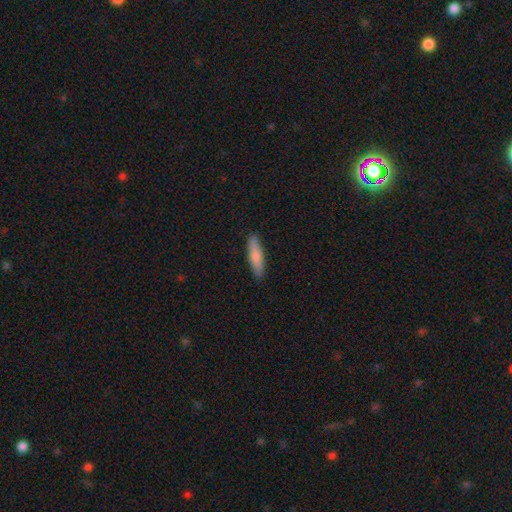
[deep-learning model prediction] Overall: smooth (80%). How rounded: cigar-shaped (74%). Merging: none (89%).